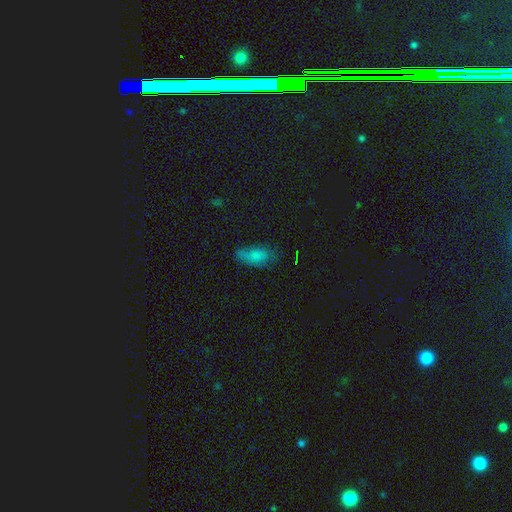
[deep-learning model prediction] Q: Smooth or featured?
A: smooth (77%); runner-up: star or artifact (11%)
Q: How rounded?
A: in between (86%); runner-up: cigar-shaped (11%)
Q: Merging?
A: none (58%); runner-up: minor disturbance (29%)